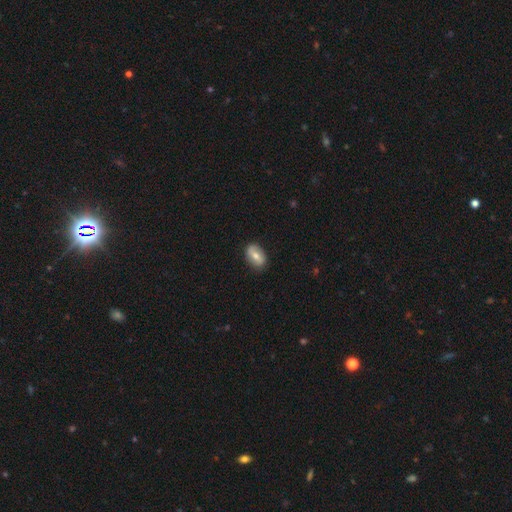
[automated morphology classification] This appears to be a smooth galaxy with no disk features (58%) that is in between round and cigar-shaped (83%). Merging: none (84%).